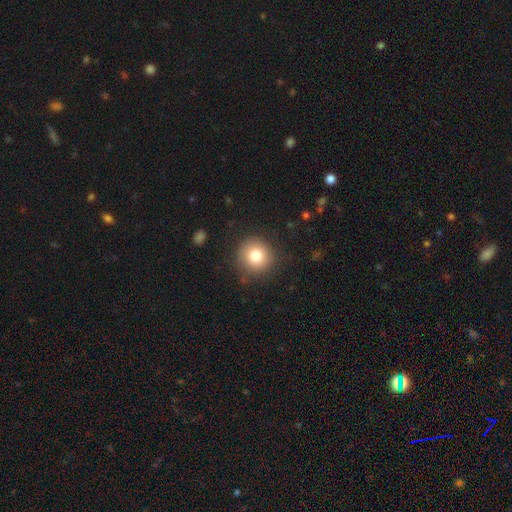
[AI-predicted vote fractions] Overall: smooth (80%). How rounded: round (93%). Merging: none (86%).